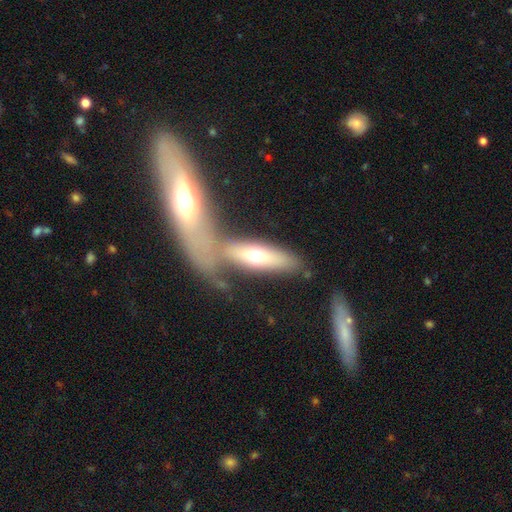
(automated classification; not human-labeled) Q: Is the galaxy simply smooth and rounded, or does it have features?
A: smooth — 56%.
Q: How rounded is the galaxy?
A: cigar-shaped — 49%.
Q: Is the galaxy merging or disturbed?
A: none — 44%.